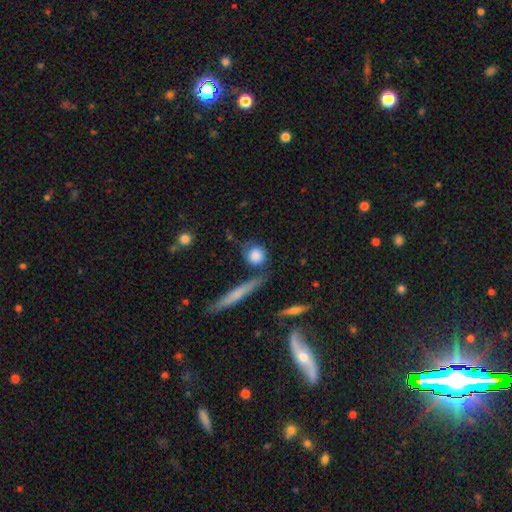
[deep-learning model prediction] smooth-or-featured: smooth: 80% | featured or disk: 13% | star or artifact: 7%
  how-rounded: round: 79% | in between: 13% | cigar-shaped: 8%
  merging: none: 61% | minor disturbance: 18% | merger: 13% | major disturbance: 8%